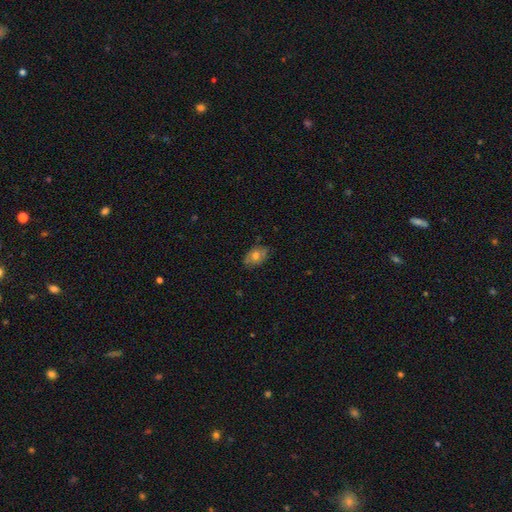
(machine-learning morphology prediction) smooth 60%, featured or disk 30%, star or artifact 9%. Down the decision tree: how rounded — in between (83%); merging — none (73%).